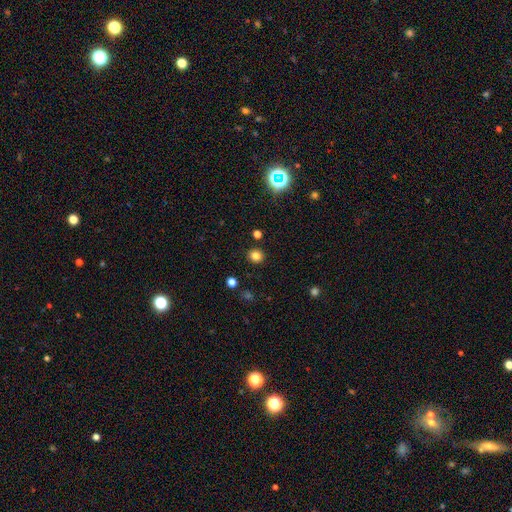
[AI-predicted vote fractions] A smooth galaxy with no disk features (80%) that is round (86%).

Vote fractions:
- Smooth or featured? smooth: 80% / star or artifact: 15% / featured or disk: 5%
- How rounded? round: 86% / in between: 13% / cigar-shaped: 1%
- Merging? none: 91% / minor disturbance: 6% / major disturbance: 2% / merger: 2%